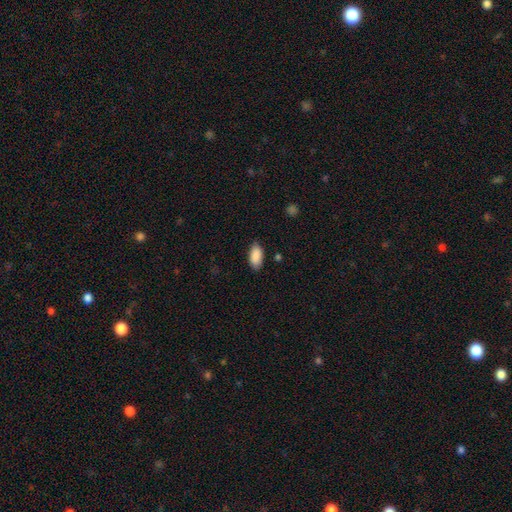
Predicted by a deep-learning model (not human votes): A smooth galaxy with no disk features (90%) that is in between round and cigar-shaped (93%). Merging: none (85%).